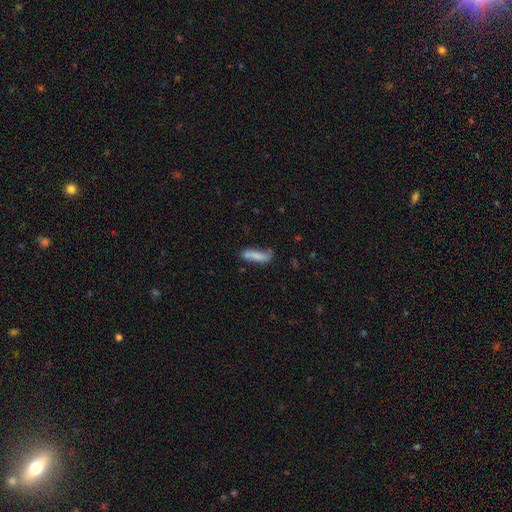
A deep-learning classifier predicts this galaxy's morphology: A smooth galaxy with no disk features (76%) that is cigar-shaped (67%).

Vote fractions:
- Smooth or featured? smooth: 76% / featured or disk: 17% / star or artifact: 7%
- How rounded? cigar-shaped: 67% / in between: 32% / round: 2%
- Merging? none: 59% / minor disturbance: 25% / merger: 9% / major disturbance: 7%